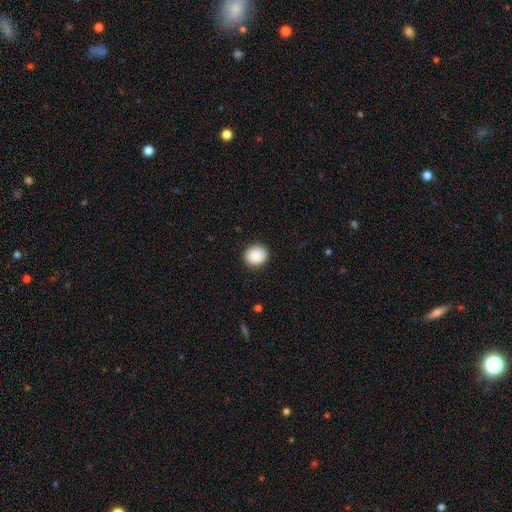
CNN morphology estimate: A smooth galaxy with no disk features (89%) that is round (72%).

Vote fractions:
- Smooth or featured? smooth: 89% / star or artifact: 7% / featured or disk: 3%
- How rounded? round: 72% / in between: 27% / cigar-shaped: 1%
- Merging? none: 90% / minor disturbance: 7% / major disturbance: 2% / merger: 1%